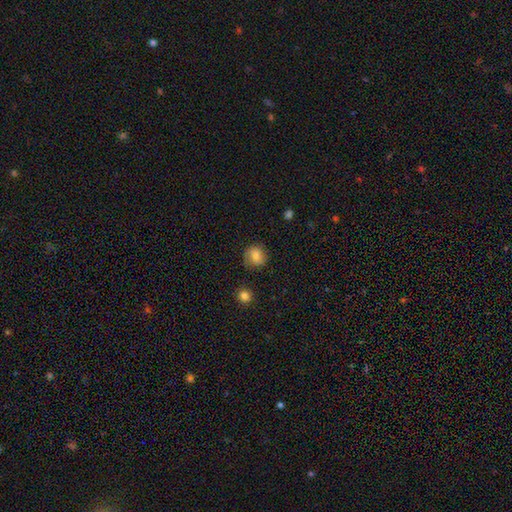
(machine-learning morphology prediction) Smooth or featured: smooth — 77% (featured or disk — 14%)
How rounded: round — 79% (in between — 20%)
Merging: none — 74% (minor disturbance — 18%)